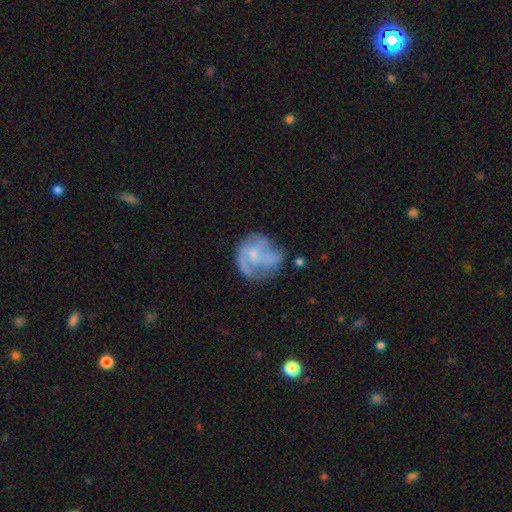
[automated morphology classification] Smooth or featured? Predicted: featured or disk (p=0.67). Edge-on disk? Predicted: no (p=0.98). Bar? Predicted: no (p=0.68). Spiral arms? Predicted: yes (p=0.72). Bulge size? Predicted: small (p=0.53). Merging? Predicted: none (p=0.49).